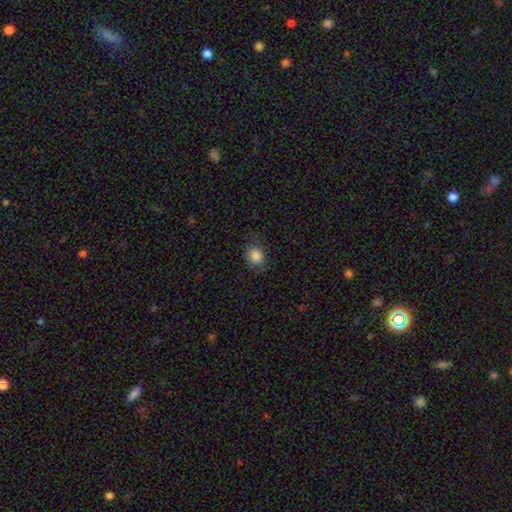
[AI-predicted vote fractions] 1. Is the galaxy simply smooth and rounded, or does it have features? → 85% smooth, 10% star or artifact, 5% featured or disk.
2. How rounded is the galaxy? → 63% round, 36% in between, 1% cigar-shaped.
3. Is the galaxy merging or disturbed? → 77% none, 17% minor disturbance, 5% major disturbance, 1% merger.